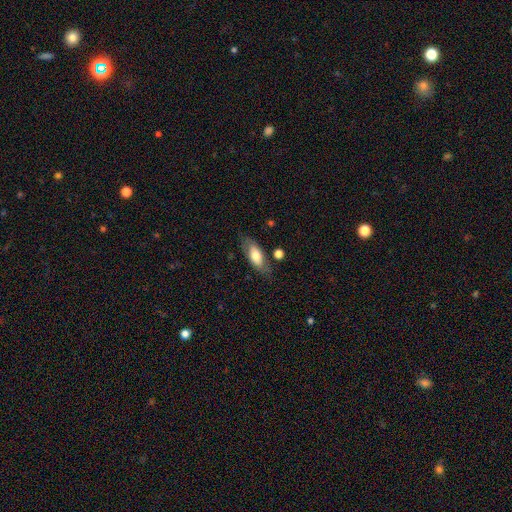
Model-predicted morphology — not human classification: smooth_or_featured: smooth (p=0.68) [alt: featured or disk p=0.26]
how_rounded: in between (p=0.81) [alt: cigar-shaped p=0.16]
merging: none (p=0.71) [alt: minor disturbance p=0.19]